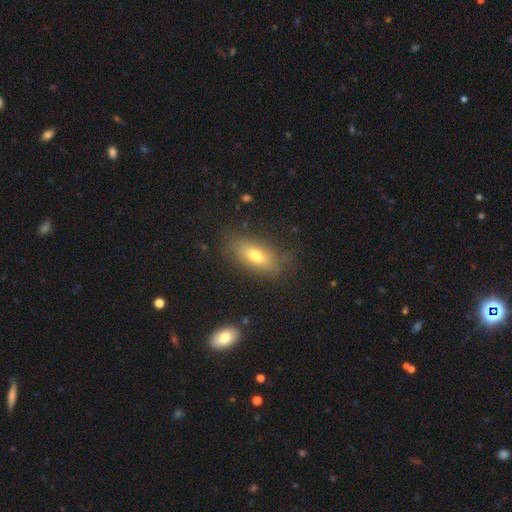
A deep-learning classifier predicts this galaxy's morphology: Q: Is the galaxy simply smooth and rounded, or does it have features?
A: smooth — 70%.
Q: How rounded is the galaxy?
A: in between — 81%.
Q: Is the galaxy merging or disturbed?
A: none — 79%.